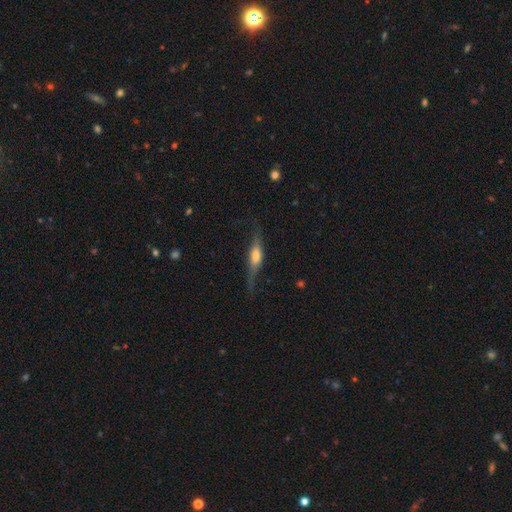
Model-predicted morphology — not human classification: Smooth or featured? featured or disk (63%)
Edge-on disk? yes (81%)
Edge-on bulge? rounded (73%)
Merging? none (61%)